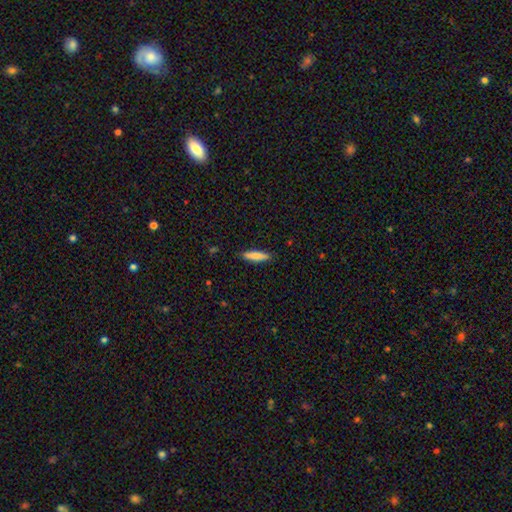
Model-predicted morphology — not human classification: Overall: smooth (82%). How rounded: cigar-shaped (79%). Merging: none (89%).